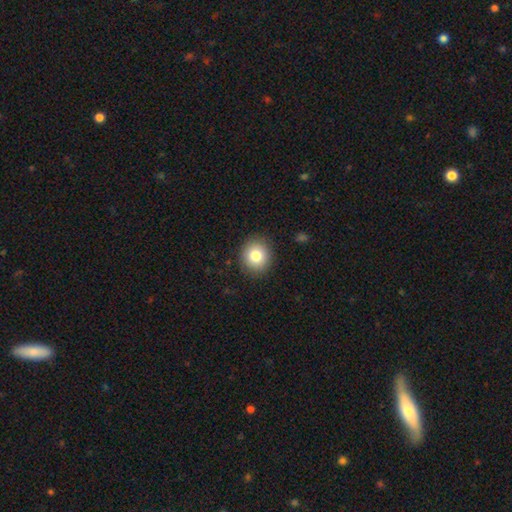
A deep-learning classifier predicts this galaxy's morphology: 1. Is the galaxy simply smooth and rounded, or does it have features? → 82% smooth, 10% star or artifact, 8% featured or disk.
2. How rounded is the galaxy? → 86% round, 13% in between, 1% cigar-shaped.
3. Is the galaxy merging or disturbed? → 90% none, 7% minor disturbance, 2% major disturbance, 1% merger.